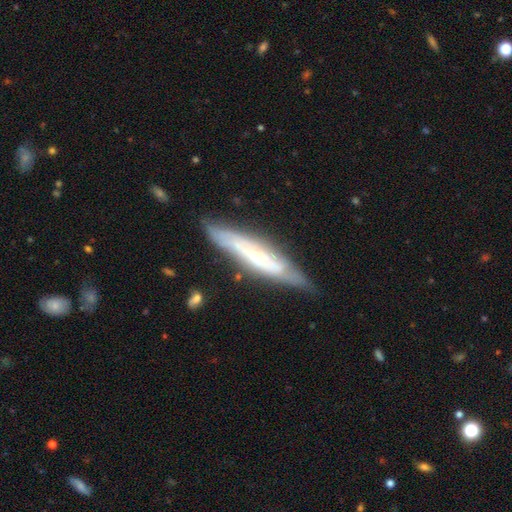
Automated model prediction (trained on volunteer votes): smooth-or-featured: featured or disk: 56% | smooth: 37% | star or artifact: 7%
  disk-edge-on: yes: 68% | no: 32%
  merging: none: 73% | minor disturbance: 20% | major disturbance: 5% | merger: 2%